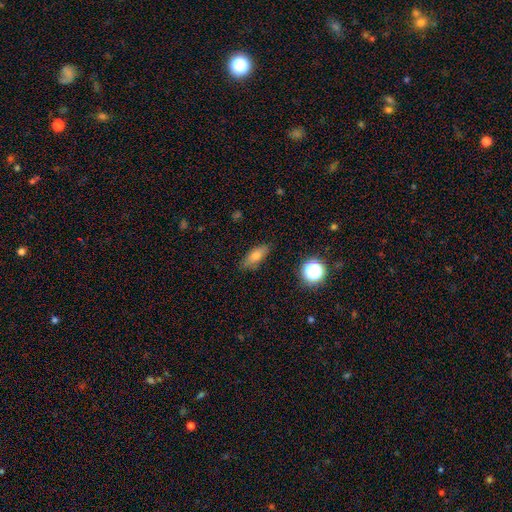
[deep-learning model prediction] smooth 74%, featured or disk 16%, star or artifact 11%. Down the decision tree: how rounded — in between (73%); merging — none (83%).